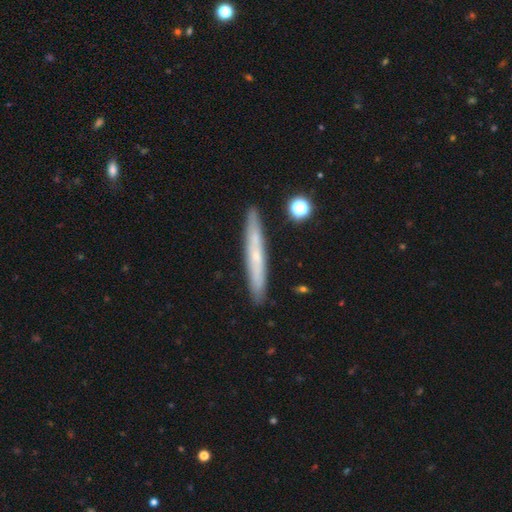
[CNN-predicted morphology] smooth_or_featured: featured or disk (p=0.52) [alt: smooth p=0.40]
disk_edge_on: yes (p=0.87) [alt: no p=0.13]
merging: none (p=0.88) [alt: minor disturbance p=0.08]